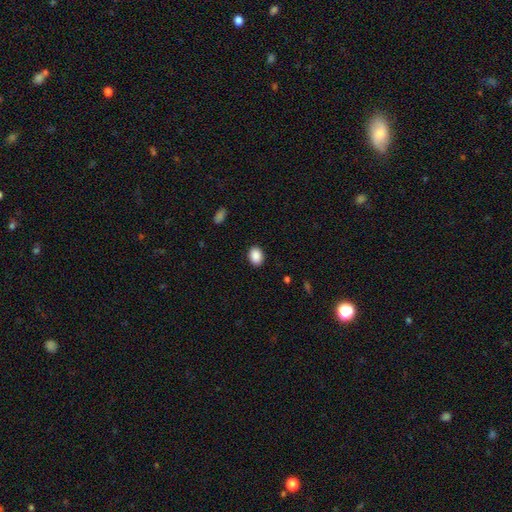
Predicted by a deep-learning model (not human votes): smooth_or_featured: smooth (p=0.89) [alt: star or artifact p=0.08]
how_rounded: in between (p=0.65) [alt: round p=0.34]
merging: none (p=0.89) [alt: minor disturbance p=0.08]